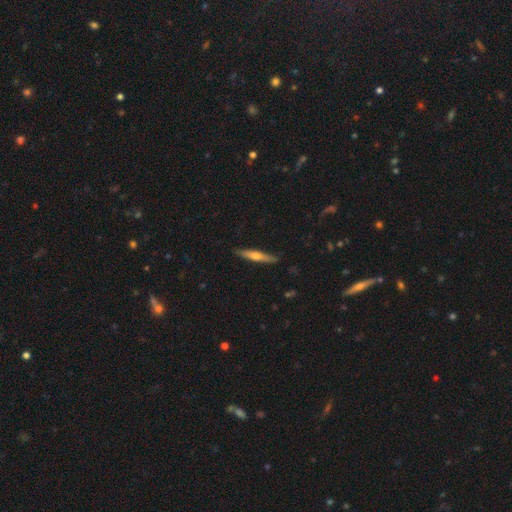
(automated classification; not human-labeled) Q: Smooth or featured?
A: featured or disk (51%); runner-up: smooth (44%)
Q: Edge-on disk?
A: yes (94%); runner-up: no (6%)
Q: Merging?
A: none (88%); runner-up: minor disturbance (9%)